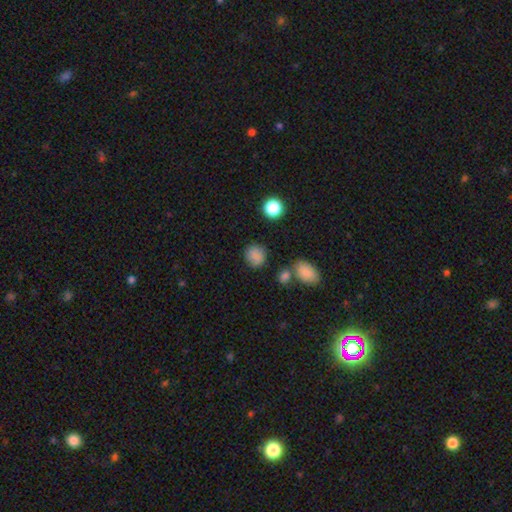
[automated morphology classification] Smooth or featured: smooth — 84% (star or artifact — 11%)
How rounded: round — 80% (in between — 18%)
Merging: none — 79% (minor disturbance — 13%)